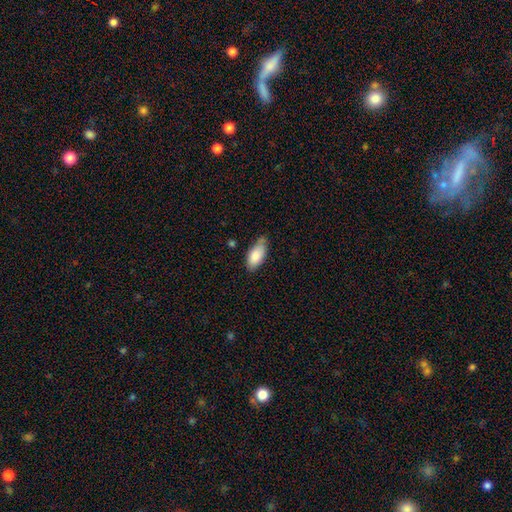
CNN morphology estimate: Q: Smooth or featured?
A: smooth (83%); runner-up: featured or disk (11%)
Q: How rounded?
A: in between (89%); runner-up: cigar-shaped (9%)
Q: Merging?
A: none (59%); runner-up: minor disturbance (33%)